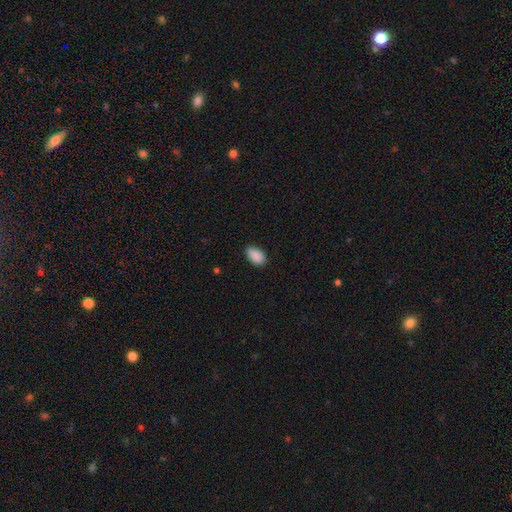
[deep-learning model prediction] This appears to be a smooth galaxy with no disk features (90%) that is in between round and cigar-shaped (91%). Merging: none (81%).